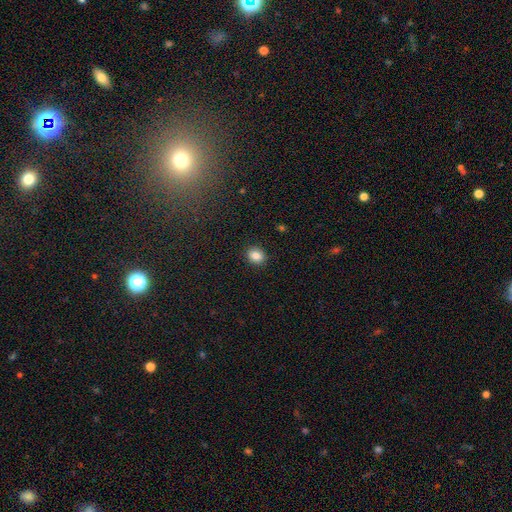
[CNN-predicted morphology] A smooth galaxy with no disk features (86%) that is round (53%).

Vote fractions:
- Smooth or featured? smooth: 86% / star or artifact: 9% / featured or disk: 5%
- How rounded? round: 53% / in between: 46% / cigar-shaped: 1%
- Merging? none: 90% / minor disturbance: 7% / major disturbance: 2% / merger: 1%